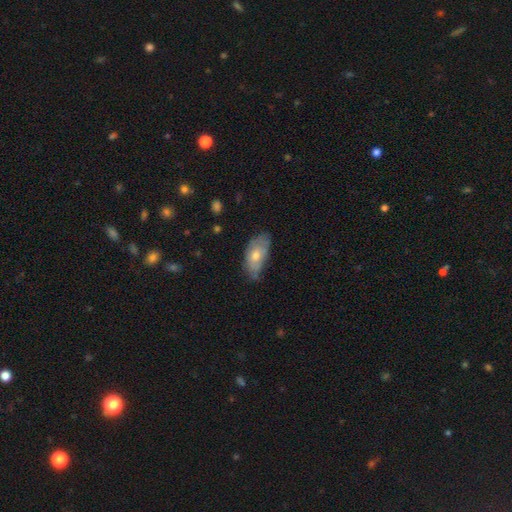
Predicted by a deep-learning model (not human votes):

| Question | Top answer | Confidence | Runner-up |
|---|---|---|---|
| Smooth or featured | smooth | 60% | featured or disk (33%) |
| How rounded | in between | 91% | cigar-shaped (5%) |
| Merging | none | 55% | minor disturbance (35%) |